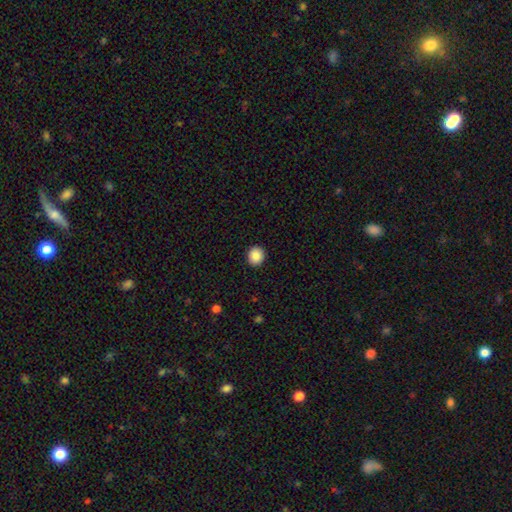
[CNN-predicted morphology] type=smooth (88%); roundness=round (82%); merging=none (92%).